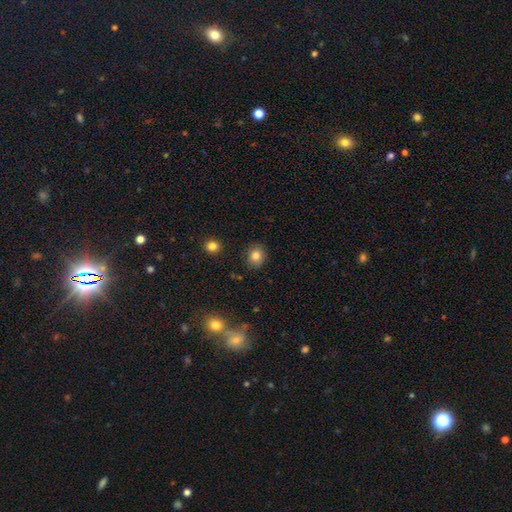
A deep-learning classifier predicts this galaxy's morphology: A smooth galaxy with no disk features (83%) that is round (74%). Merging: none (86%).